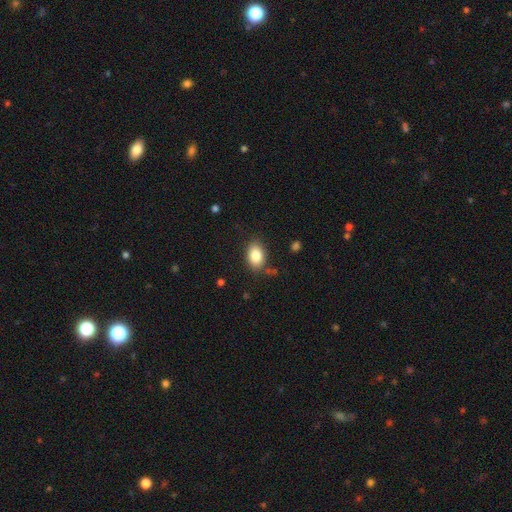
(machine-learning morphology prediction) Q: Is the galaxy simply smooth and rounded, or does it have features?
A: smooth — 84%.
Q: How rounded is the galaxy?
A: in between — 85%.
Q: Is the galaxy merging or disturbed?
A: none — 81%.